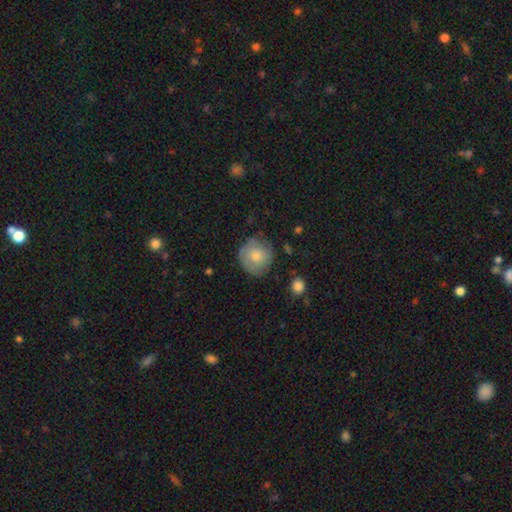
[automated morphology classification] Q: Smooth or featured?
A: smooth (67%); runner-up: featured or disk (26%)
Q: How rounded?
A: round (89%); runner-up: in between (10%)
Q: Merging?
A: none (67%); runner-up: minor disturbance (23%)